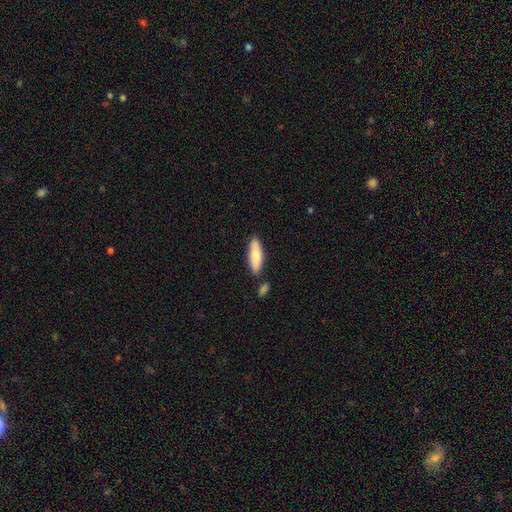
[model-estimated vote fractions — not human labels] This appears to be a smooth galaxy with no disk features (76%) that is cigar-shaped (53%). Merging: none (79%).